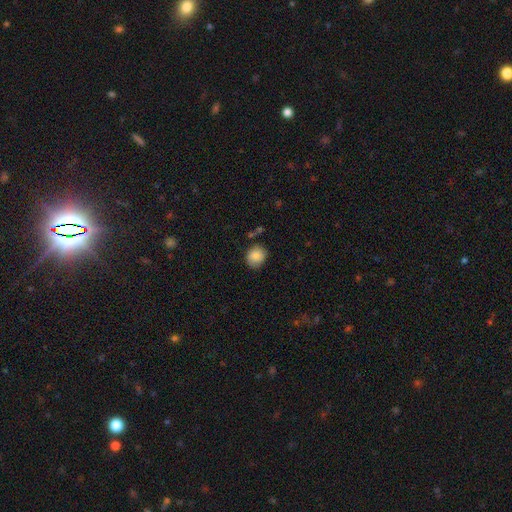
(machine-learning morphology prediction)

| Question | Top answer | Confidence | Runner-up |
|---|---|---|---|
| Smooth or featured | smooth | 86% | star or artifact (8%) |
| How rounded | round | 76% | in between (23%) |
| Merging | none | 77% | minor disturbance (16%) |